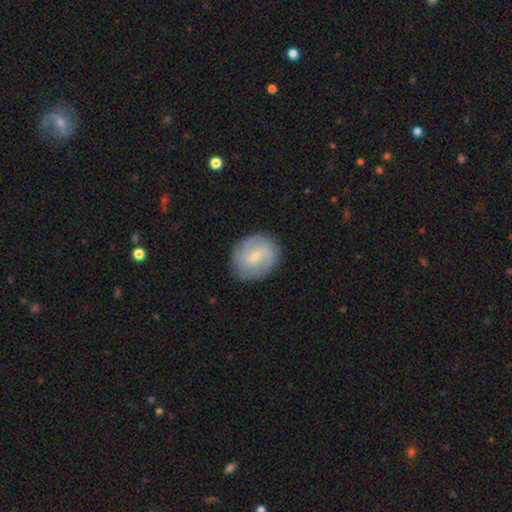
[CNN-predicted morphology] smooth-or-featured: featured or disk: 57% | smooth: 37% | star or artifact: 7%
  disk-edge-on: no: 97% | yes: 3%
    bar: weak: 57% | no: 28% | strong: 15%
    has-spiral-arms: yes: 82% | no: 18%
    bulge-size: small: 69% | moderate: 24% | none: 5% | large: 1% | dominant: 1%
  merging: none: 83% | minor disturbance: 12% | major disturbance: 4% | merger: 1%